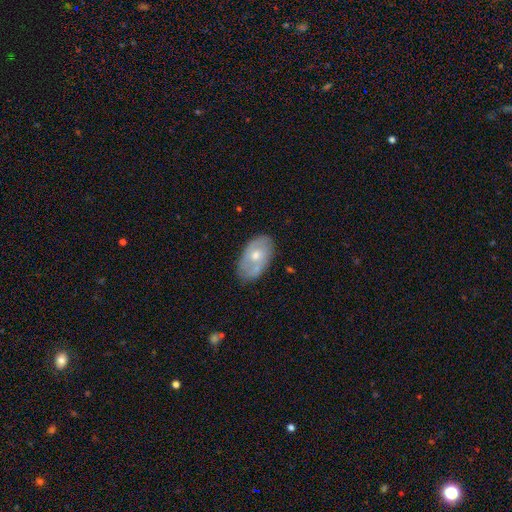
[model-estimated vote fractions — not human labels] This is possibly a featured or disk galaxy (50%). Merging: likely none (71%).